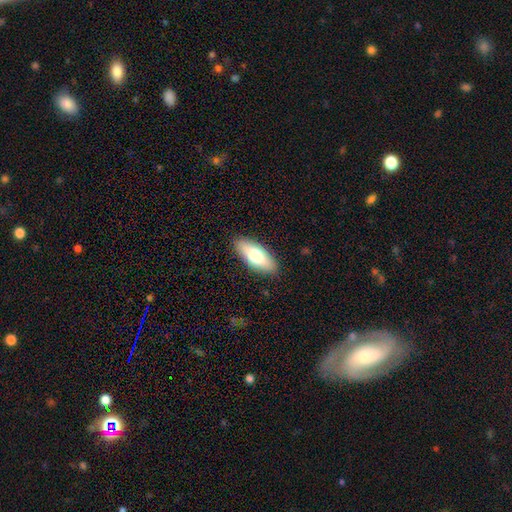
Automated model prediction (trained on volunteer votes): This appears to be a smooth galaxy with no disk features (72%) that is in between round and cigar-shaped (78%). Merging: none (88%).